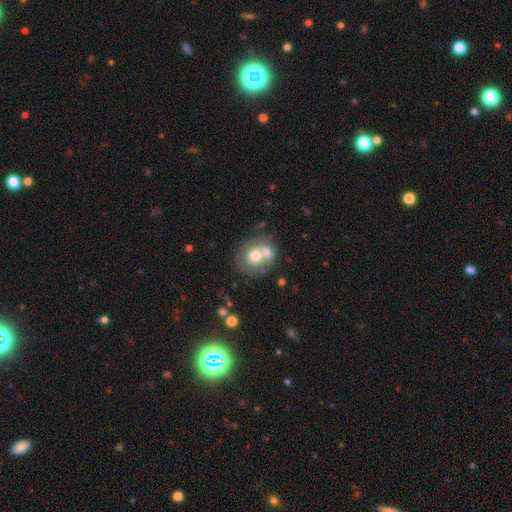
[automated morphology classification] type=smooth (66%); roundness=round (76%); merging=merger (46%).